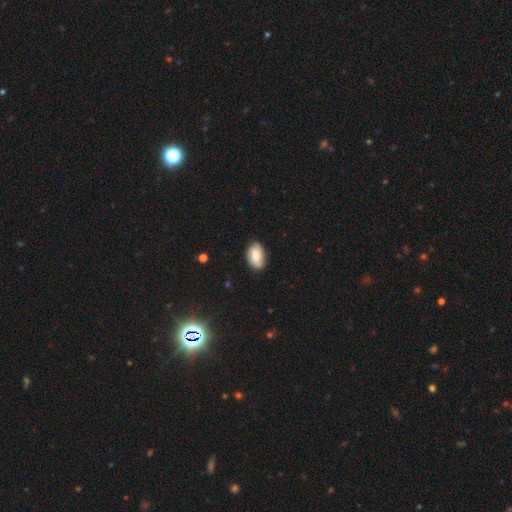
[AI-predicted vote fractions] smooth-or-featured: smooth: 73% | featured or disk: 20% | star or artifact: 7%
  how-rounded: in between: 92% | round: 7% | cigar-shaped: 2%
  merging: none: 80% | minor disturbance: 16% | major disturbance: 3% | merger: 1%